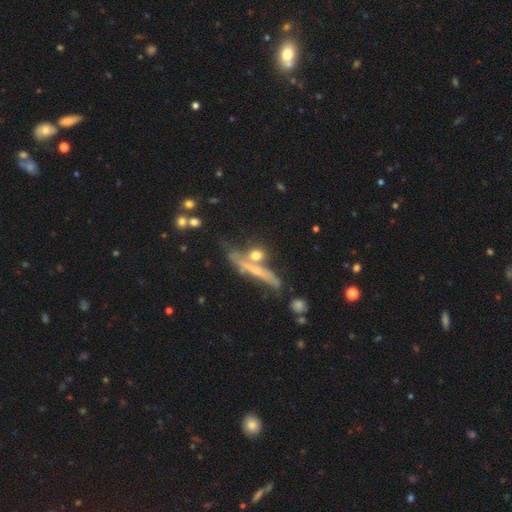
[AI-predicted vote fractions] smooth-or-featured: smooth: 57% | featured or disk: 33% | star or artifact: 10%
  how-rounded: cigar-shaped: 46% | round: 35% | in between: 19%
  merging: none: 48% | merger: 26% | minor disturbance: 16% | major disturbance: 9%